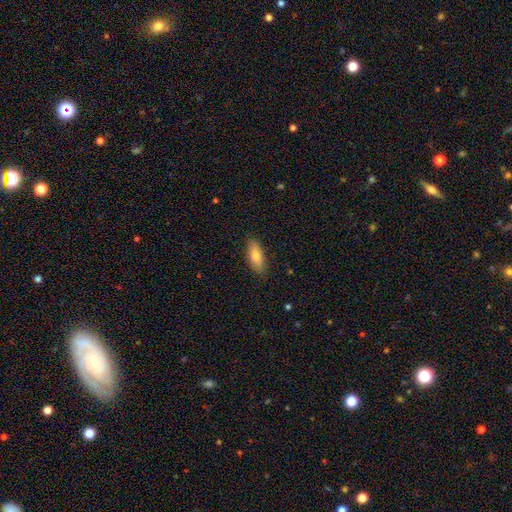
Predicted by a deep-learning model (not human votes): A smooth galaxy with no disk features (75%) that is in between round and cigar-shaped (75%). Merging: none (87%).